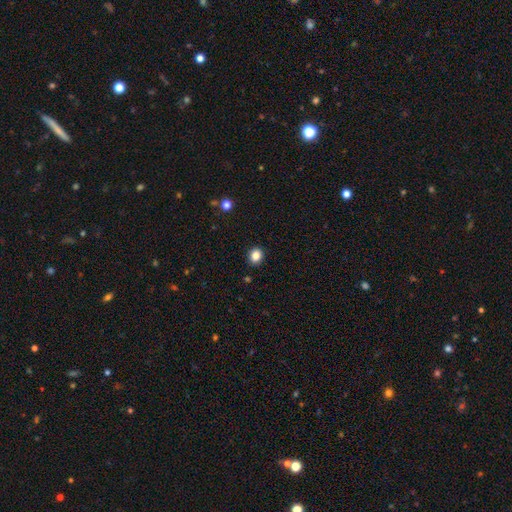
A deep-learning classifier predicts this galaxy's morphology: Smooth or featured? Predicted: smooth (p=0.84). How rounded? Predicted: round (p=0.69). Merging? Predicted: none (p=0.91).